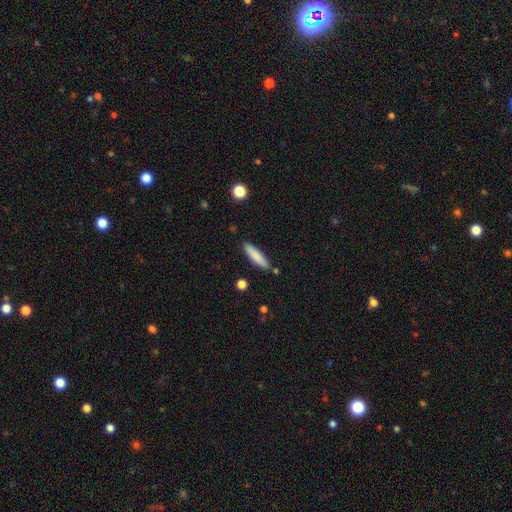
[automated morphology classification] smooth-or-featured: smooth: 82% | featured or disk: 12% | star or artifact: 6%
  how-rounded: cigar-shaped: 82% | in between: 16% | round: 1%
  merging: none: 86% | minor disturbance: 9% | merger: 3% | major disturbance: 2%